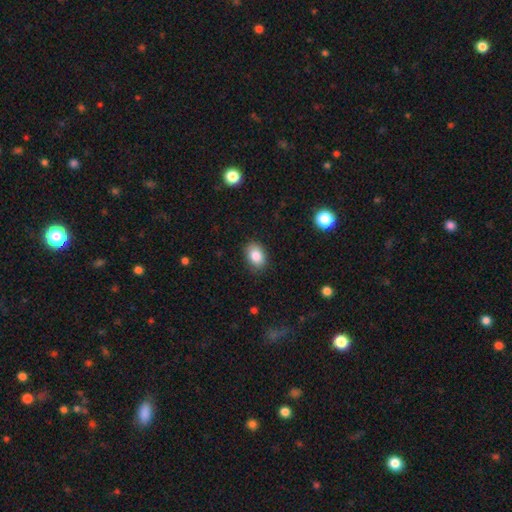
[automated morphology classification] Smooth or featured? smooth (86%)
How rounded? in between (81%)
Merging? none (84%)